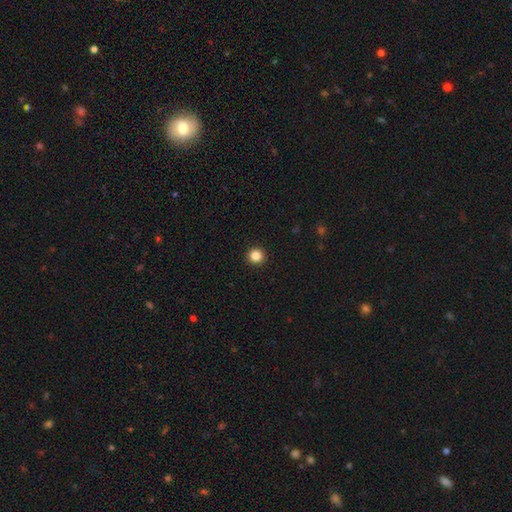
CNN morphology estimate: Smooth or featured? Predicted: smooth (p=0.84). How rounded? Predicted: round (p=0.96). Merging? Predicted: none (p=0.94).